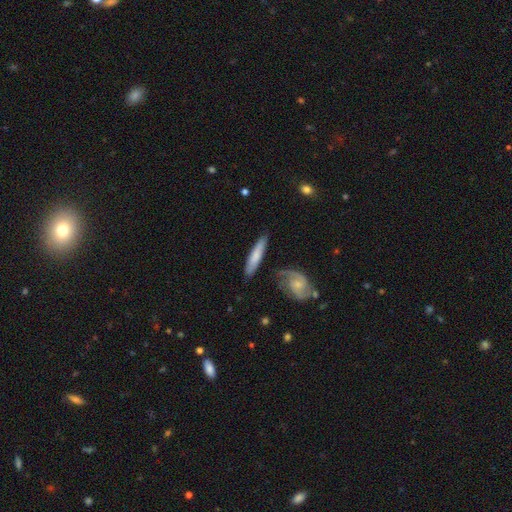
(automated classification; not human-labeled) Smooth or featured? Predicted: smooth (p=0.64). How rounded? Predicted: cigar-shaped (p=0.85). Merging? Predicted: none (p=0.75).